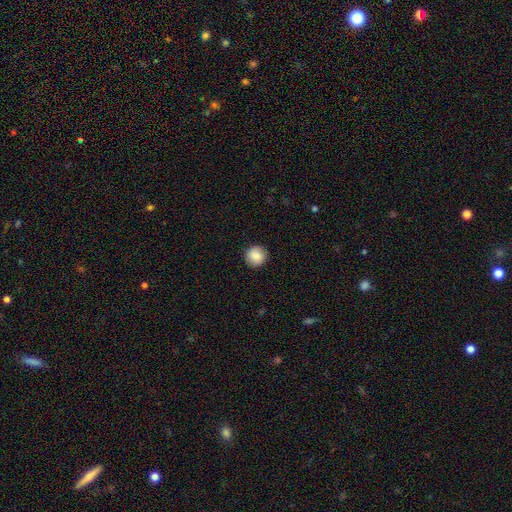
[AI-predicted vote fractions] Morphology: type=smooth (83%); roundness=round (93%); merging=none (91%).